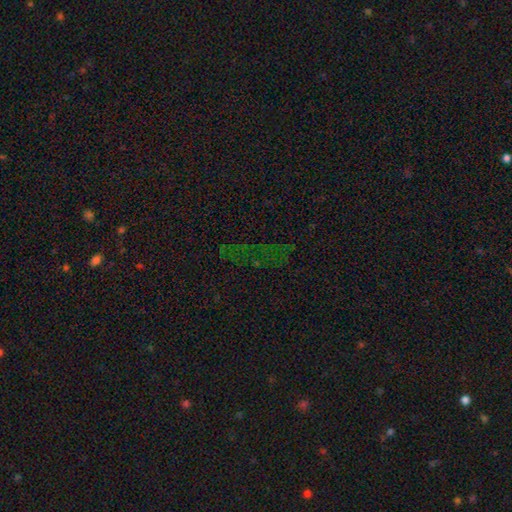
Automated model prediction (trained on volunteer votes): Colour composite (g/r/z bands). It shows a star or artifact, not a galaxy (76%).